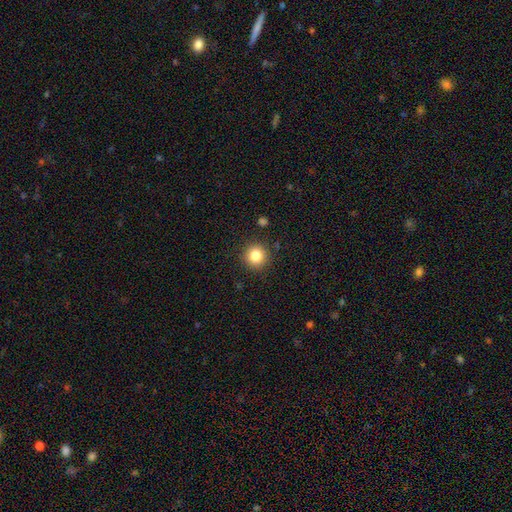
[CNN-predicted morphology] Smooth or featured? smooth (84%)
How rounded? round (94%)
Merging? none (90%)